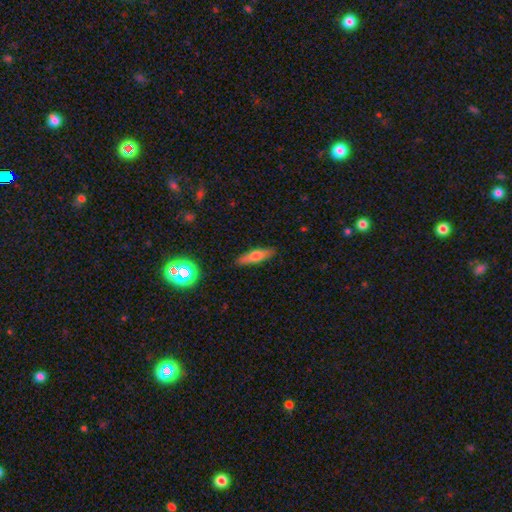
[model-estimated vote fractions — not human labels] This is likely a smooth galaxy (62%). How rounded: likely cigar-shaped (60%). Merging: clearly none (86%).